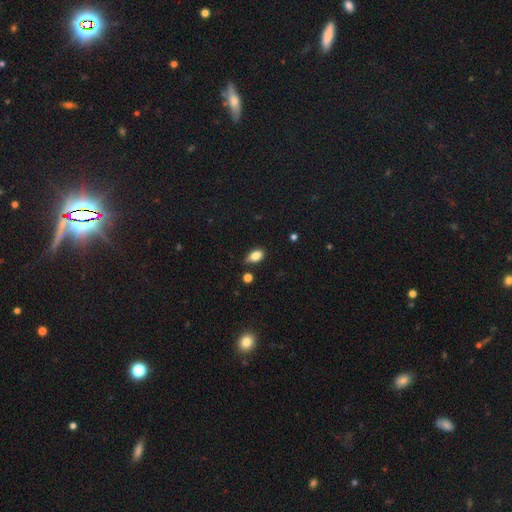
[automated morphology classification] This is clearly a smooth galaxy (81%). How rounded: clearly in between (87%). Merging: likely none (65%).